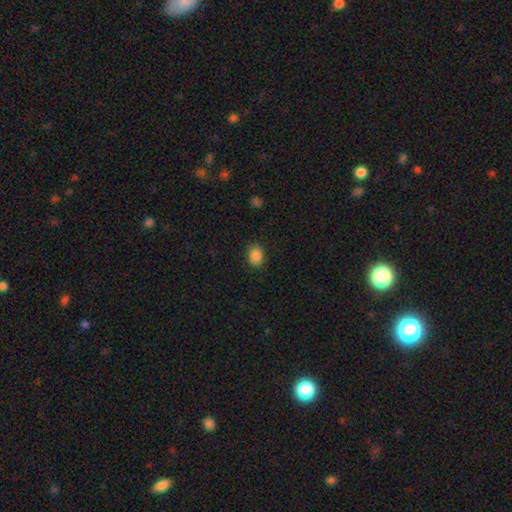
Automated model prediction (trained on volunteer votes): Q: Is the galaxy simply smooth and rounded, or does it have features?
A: smooth — 88%.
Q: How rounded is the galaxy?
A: in between — 68%.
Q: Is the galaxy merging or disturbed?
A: none — 87%.